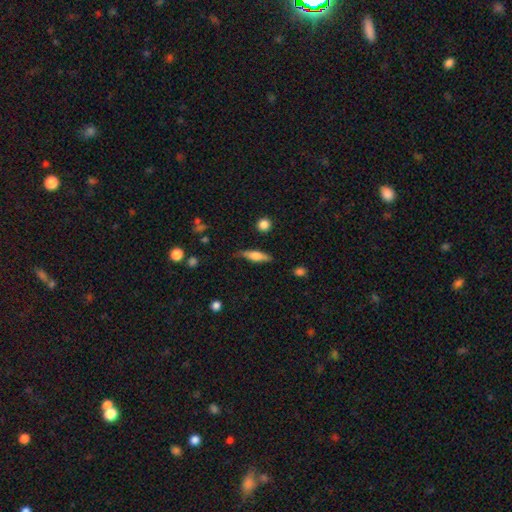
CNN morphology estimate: Smooth or featured: smooth — 58% (featured or disk — 36%)
How rounded: cigar-shaped — 63% (in between — 34%)
Merging: none — 76% (minor disturbance — 18%)